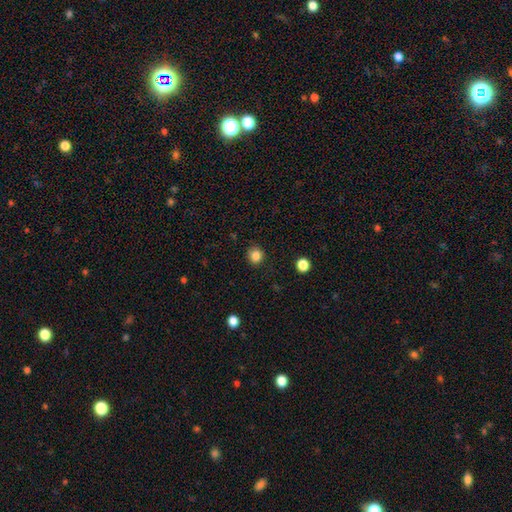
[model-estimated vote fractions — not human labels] A smooth galaxy with no disk features (85%) that is round (83%). Merging: none (88%).